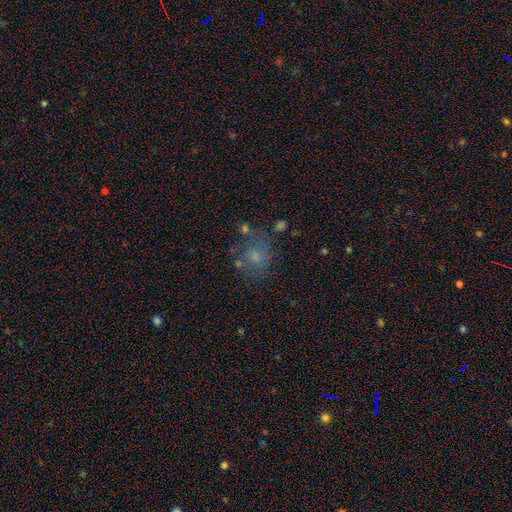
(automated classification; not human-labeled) Smooth or featured?
  - smooth: 44% *
  - featured or disk: 36%
  - star or artifact: 20%
Merging?
  - none: 59% *
  - minor disturbance: 19%
  - major disturbance: 14%
  - merger: 8%